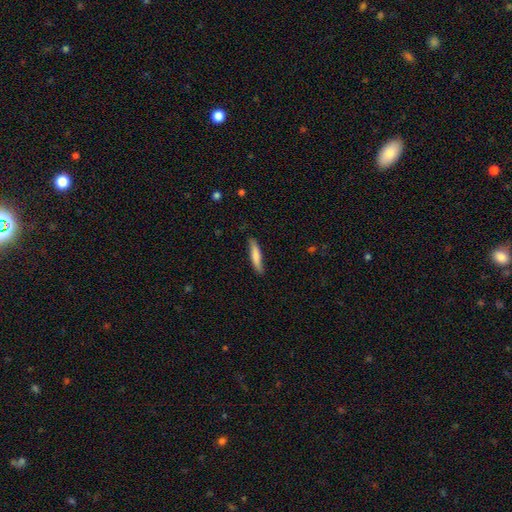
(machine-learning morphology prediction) A smooth galaxy with no disk features (74%) that is cigar-shaped (86%). Merging: none (80%).